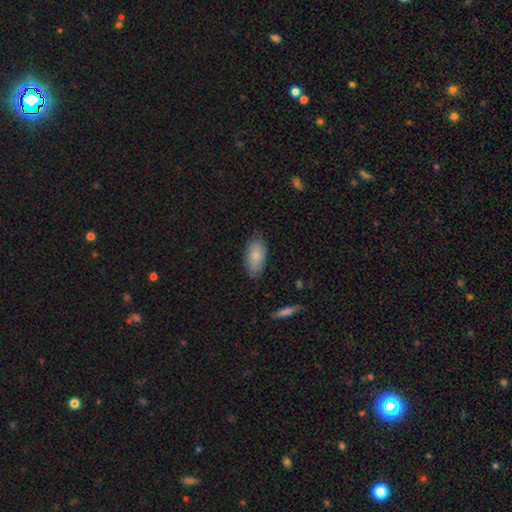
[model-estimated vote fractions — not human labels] smooth 82%, featured or disk 12%, star or artifact 6%. Down the decision tree: how rounded — in between (92%); merging — none (81%).